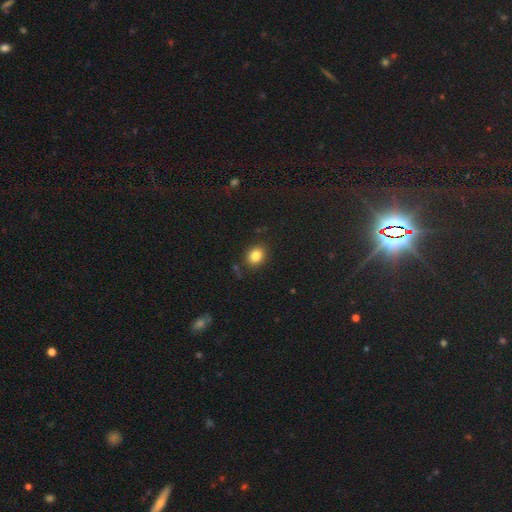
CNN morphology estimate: smooth-or-featured: smooth: 83% | star or artifact: 11% | featured or disk: 6%
  how-rounded: round: 56% | in between: 43% | cigar-shaped: 1%
  merging: none: 85% | minor disturbance: 10% | major disturbance: 3% | merger: 3%